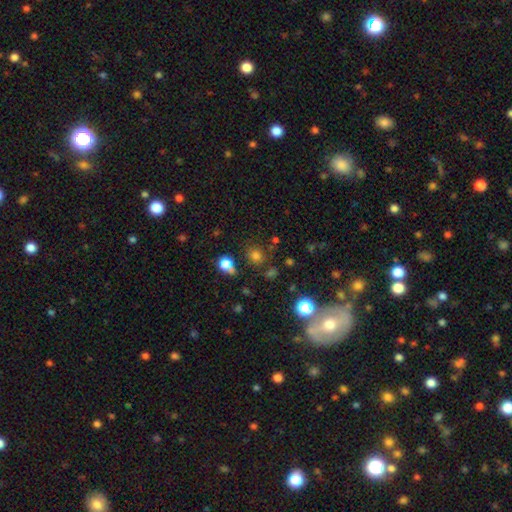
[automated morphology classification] The model was most divided on "smooth or featured": smooth: 72%, star or artifact: 22%, featured or disk: 6%. More confident: how rounded — round (82%); merging — none (76%).